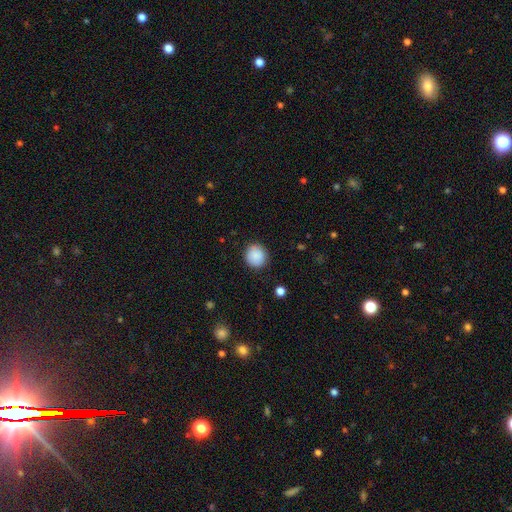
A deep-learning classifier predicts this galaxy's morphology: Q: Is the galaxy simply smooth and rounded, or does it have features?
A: smooth — 89%.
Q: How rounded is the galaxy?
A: round — 91%.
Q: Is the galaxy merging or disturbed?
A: none — 90%.